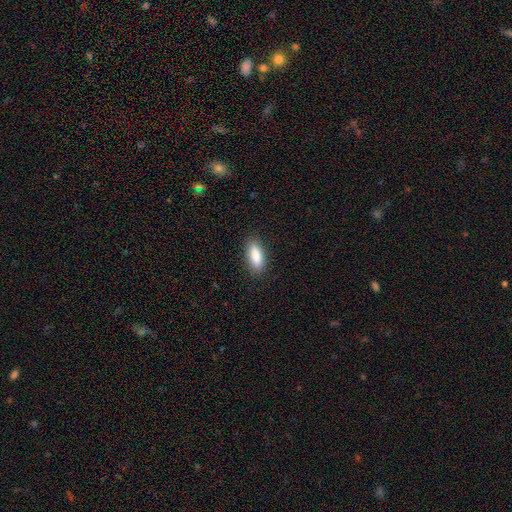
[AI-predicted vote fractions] Overall: smooth (87%). How rounded: in between (73%). Merging: none (88%).